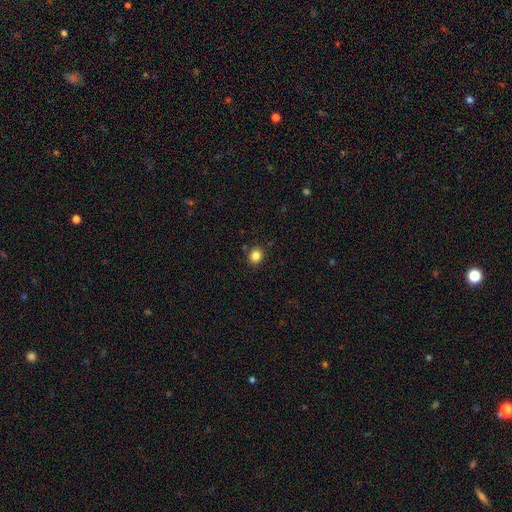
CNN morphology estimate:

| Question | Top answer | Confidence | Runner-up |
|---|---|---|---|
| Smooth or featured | smooth | 84% | star or artifact (12%) |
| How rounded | round | 78% | in between (21%) |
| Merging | none | 88% | minor disturbance (8%) |